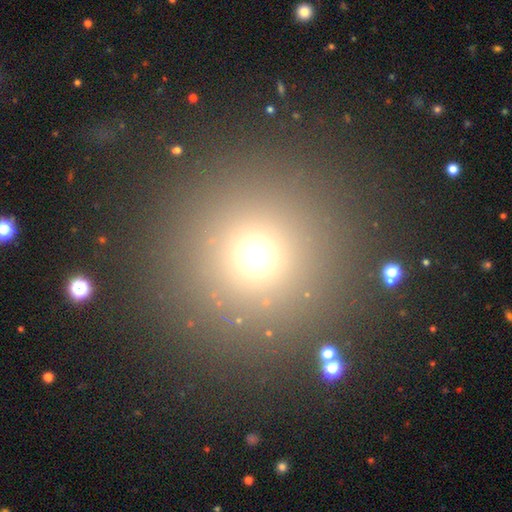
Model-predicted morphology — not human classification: A smooth galaxy with no disk features (65%) that is round (96%). Merging: none (88%).